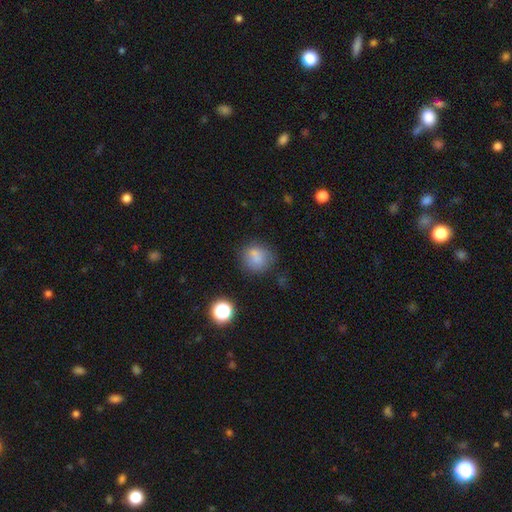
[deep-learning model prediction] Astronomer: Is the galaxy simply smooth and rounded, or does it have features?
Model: smooth — 76%.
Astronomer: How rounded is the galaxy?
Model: round — 74%.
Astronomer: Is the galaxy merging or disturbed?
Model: none — 69%.